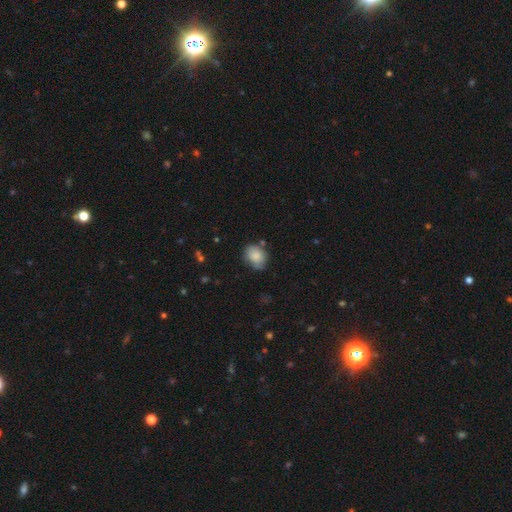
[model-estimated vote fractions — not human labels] Smooth or featured?
  - smooth: 84% *
  - featured or disk: 8%
  - star or artifact: 8%
How rounded?
  - in between: 57% *
  - round: 42%
  - cigar-shaped: 1%
Merging?
  - none: 66% *
  - minor disturbance: 25%
  - major disturbance: 5%
  - merger: 5%